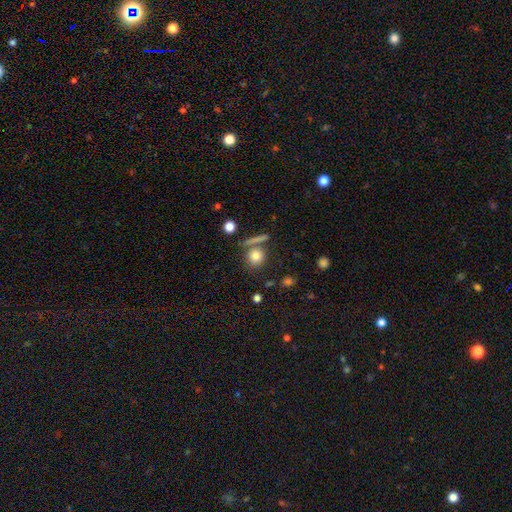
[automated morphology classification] type=smooth (80%); roundness=round (85%); merging=none (69%).